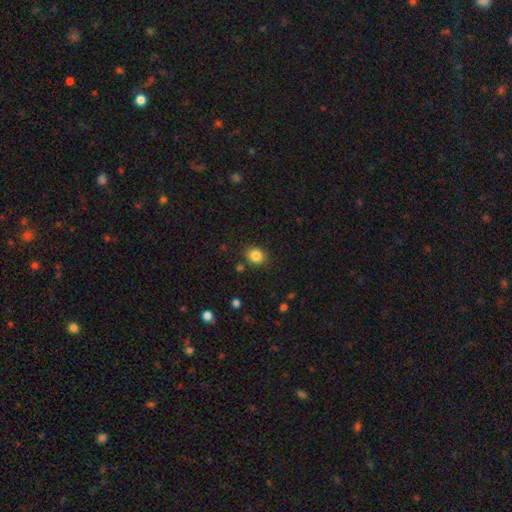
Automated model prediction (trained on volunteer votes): A smooth galaxy with no disk features (85%) that is round (62%).

Vote fractions:
- Smooth or featured? smooth: 85% / star or artifact: 10% / featured or disk: 5%
- How rounded? round: 62% / in between: 37% / cigar-shaped: 1%
- Merging? none: 84% / minor disturbance: 11% / major disturbance: 3% / merger: 3%